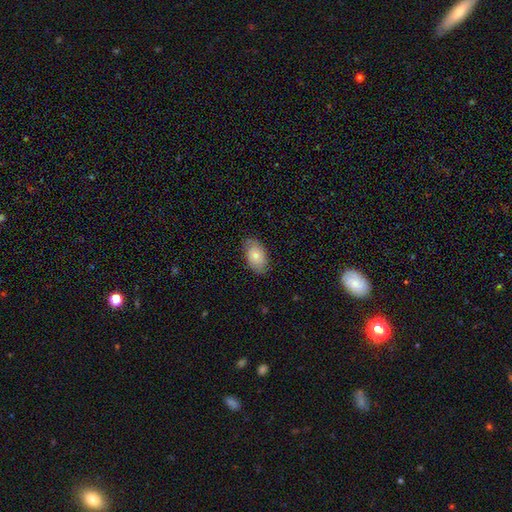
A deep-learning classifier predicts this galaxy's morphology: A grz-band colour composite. It shows a smooth galaxy with no disk features (64%) that is in between round and cigar-shaped (91%). Merging: none (75%).